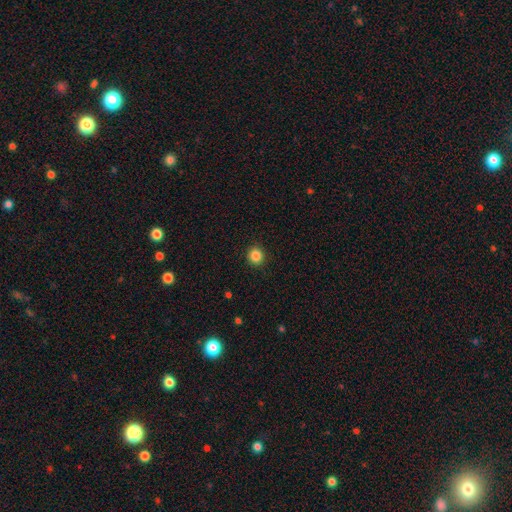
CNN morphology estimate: Q: Smooth or featured?
A: smooth (86%); runner-up: star or artifact (11%)
Q: How rounded?
A: round (91%); runner-up: in between (8%)
Q: Merging?
A: none (92%); runner-up: minor disturbance (5%)